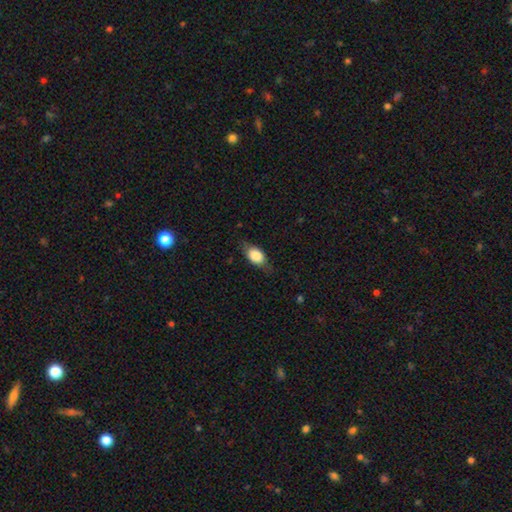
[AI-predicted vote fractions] Smooth or featured? Predicted: smooth (p=0.77). How rounded? Predicted: in between (p=0.83). Merging? Predicted: none (p=0.72).